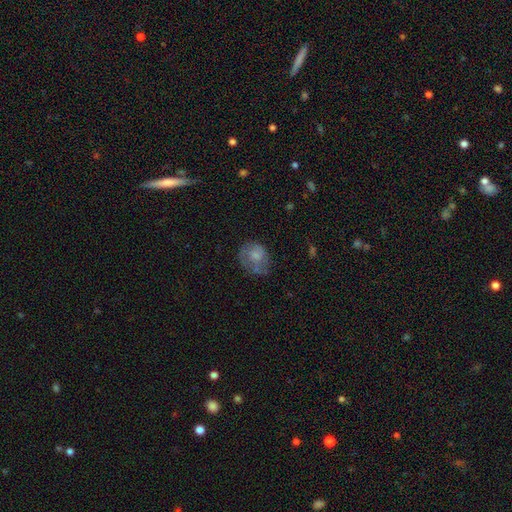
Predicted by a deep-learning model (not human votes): Overall: smooth (60%; featured or disk 30%). How rounded: round (64%; in between 35%). Merging: none (49%; minor disturbance 29%).